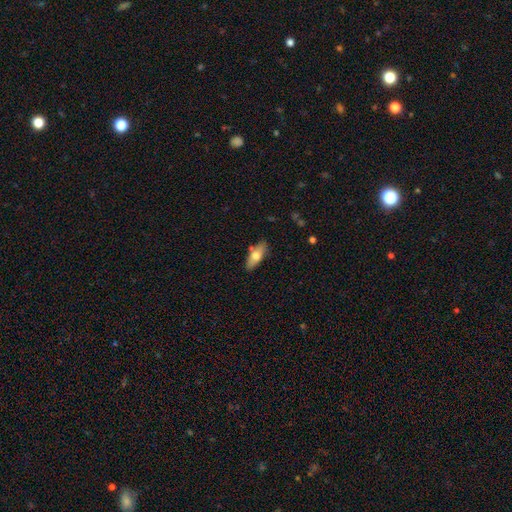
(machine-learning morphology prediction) type=smooth (64%); roundness=in between (71%); merging=none (79%).